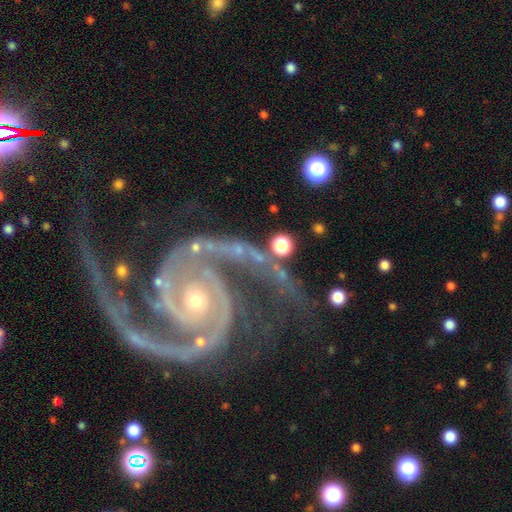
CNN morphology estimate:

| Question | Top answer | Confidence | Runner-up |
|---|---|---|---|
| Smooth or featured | featured or disk | 55% | smooth (27%) |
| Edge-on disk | no | 87% | yes (13%) |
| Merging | none | 50% | major disturbance (19%) |